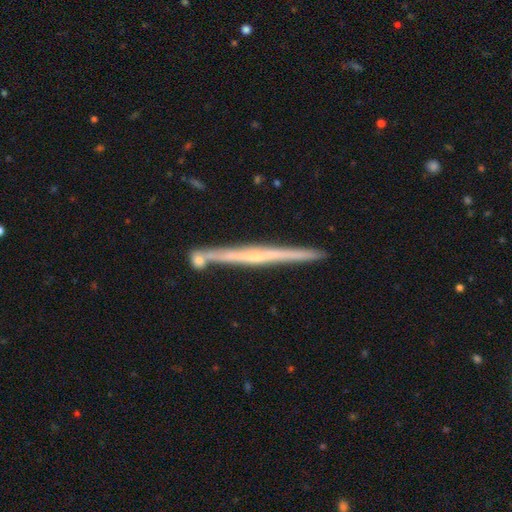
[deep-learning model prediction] The model was most divided on "edge-on bulge": none: 56%, rounded: 37%, boxy: 7%. More confident: edge-on disk — yes (98%); merging — none (81%); smooth or featured — featured or disk (73%).